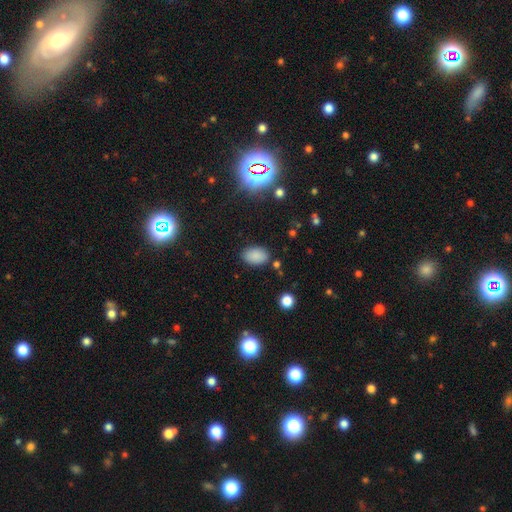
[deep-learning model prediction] Smooth or featured: smooth — 85% (star or artifact — 10%)
How rounded: in between — 91% (round — 8%)
Merging: none — 85% (minor disturbance — 10%)